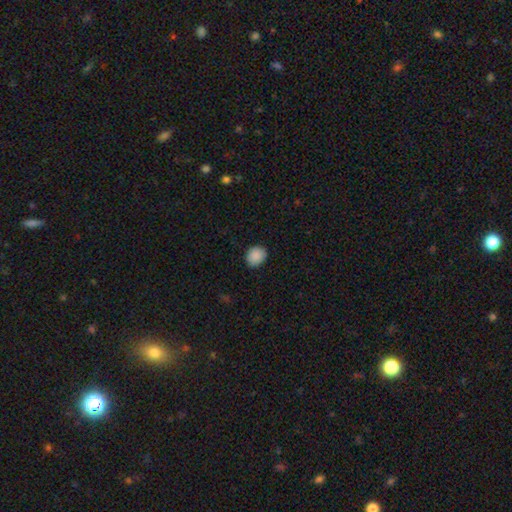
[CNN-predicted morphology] The model was most divided on "how rounded": round: 72%, in between: 27%, cigar-shaped: 1%. More confident: smooth or featured — smooth (89%); merging — none (87%).